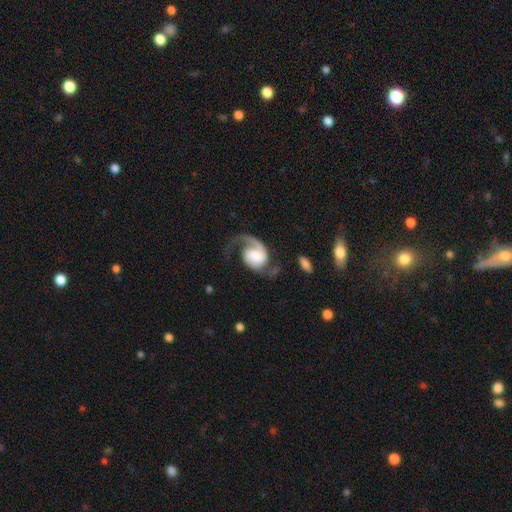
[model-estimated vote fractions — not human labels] Smooth or featured?
  - featured or disk: 81% *
  - smooth: 14%
  - star or artifact: 5%
Edge-on disk?
  - no: 98% *
  - yes: 2%
Bar?
  - no: 62% *
  - weak: 30%
  - strong: 8%
Spiral arms?
  - yes: 96% *
  - no: 4%
Spiral winding?
  - loose: 44% *
  - medium: 39%
  - tight: 17%
Spiral arm count?
  - 1: 51% *
  - 2: 44%
  - can't tell: 2%
  - 3: 1%
  - 4: 1%
  - more than 4: 1%
Bulge size?
  - large: 34% *
  - moderate: 25%
  - small: 18%
  - none: 12%
  - dominant: 11%
Merging?
  - none: 42% *
  - major disturbance: 35%
  - minor disturbance: 19%
  - merger: 4%